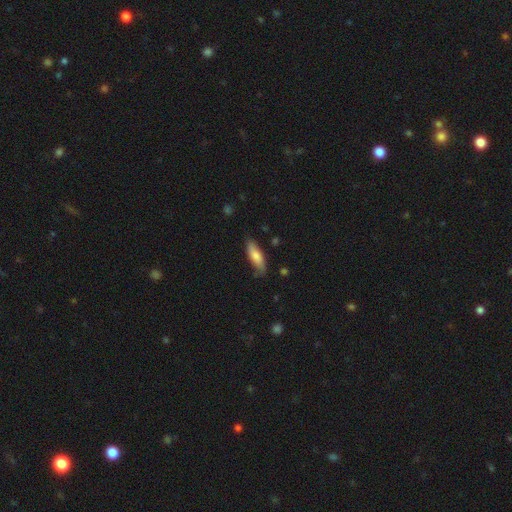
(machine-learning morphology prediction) Smooth or featured? Predicted: smooth (p=0.74). How rounded? Predicted: cigar-shaped (p=0.50). Merging? Predicted: none (p=0.78).